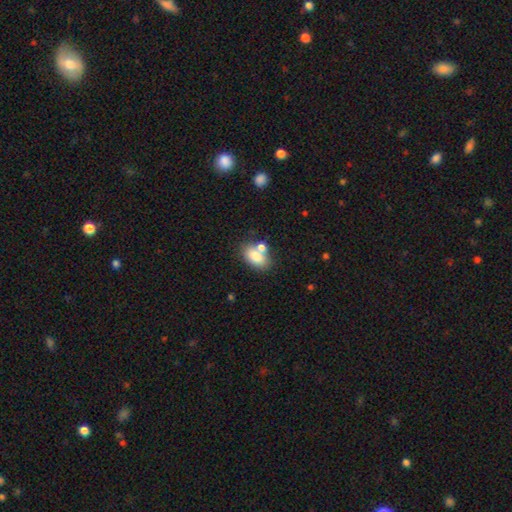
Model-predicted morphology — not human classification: This appears to be a smooth galaxy with no disk features (79%) that is in between round and cigar-shaped (87%). Merging: none (54%).